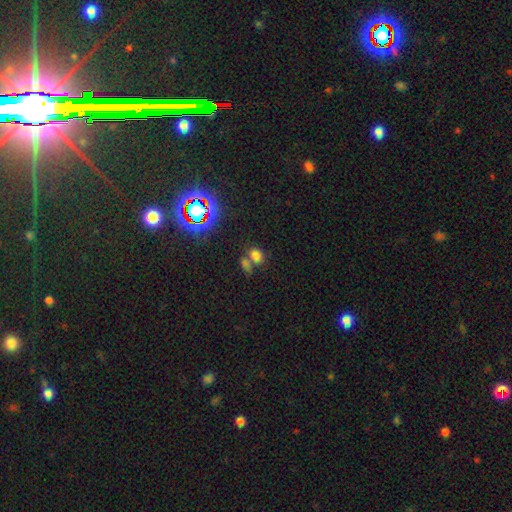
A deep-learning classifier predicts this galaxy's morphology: The model was most divided on "merging": none: 44%, merger: 40%, minor disturbance: 10%, major disturbance: 6%. More confident: smooth or featured — smooth (67%); how rounded — in between (58%).